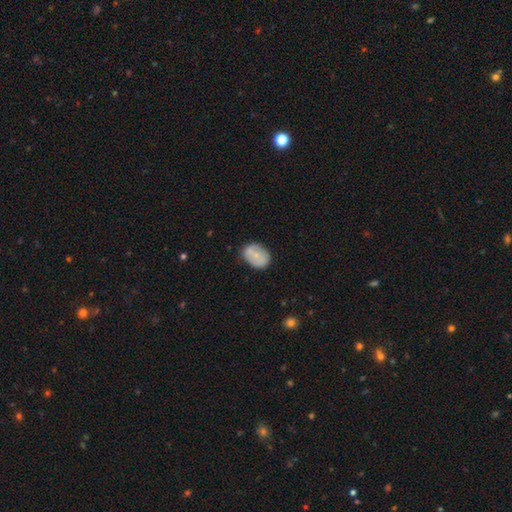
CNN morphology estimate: Smooth or featured: smooth — 63% (featured or disk — 30%)
How rounded: in between — 74% (round — 25%)
Merging: none — 76% (minor disturbance — 18%)